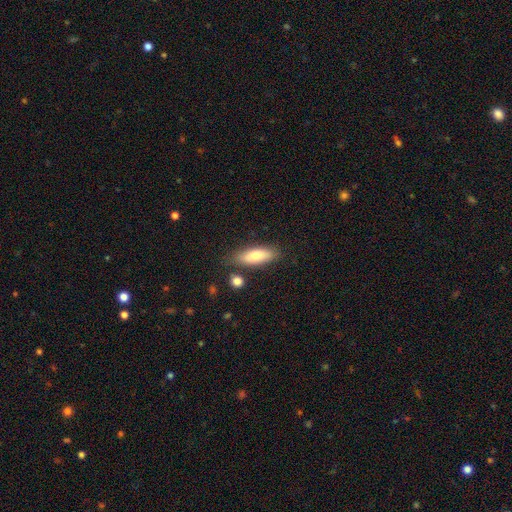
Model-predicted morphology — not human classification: smooth-or-featured: smooth: 73% | featured or disk: 20% | star or artifact: 6%
  how-rounded: in between: 57% | cigar-shaped: 41% | round: 2%
  merging: none: 78% | minor disturbance: 13% | merger: 5% | major disturbance: 3%